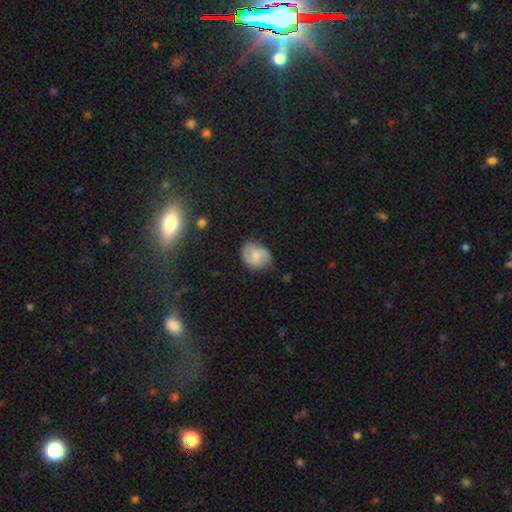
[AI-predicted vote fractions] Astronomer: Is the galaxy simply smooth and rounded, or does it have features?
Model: featured or disk — 53% (runner-up: smooth, 39%).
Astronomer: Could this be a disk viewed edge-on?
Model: no — 97%.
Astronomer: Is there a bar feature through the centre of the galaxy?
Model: no — 52% (runner-up: weak, 41%).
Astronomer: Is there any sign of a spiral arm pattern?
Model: yes — 88%.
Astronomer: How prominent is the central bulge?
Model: small — 48% (runner-up: moderate, 40%).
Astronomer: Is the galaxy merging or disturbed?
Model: none — 74%.